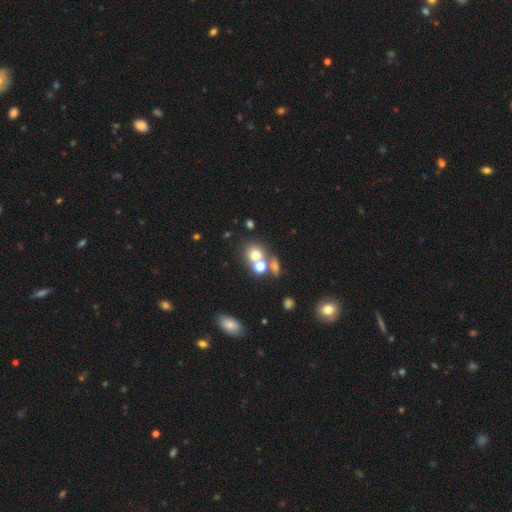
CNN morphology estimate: Smooth or featured? Predicted: smooth (p=0.67). How rounded? Predicted: round (p=0.77). Merging? Predicted: none (p=0.46).